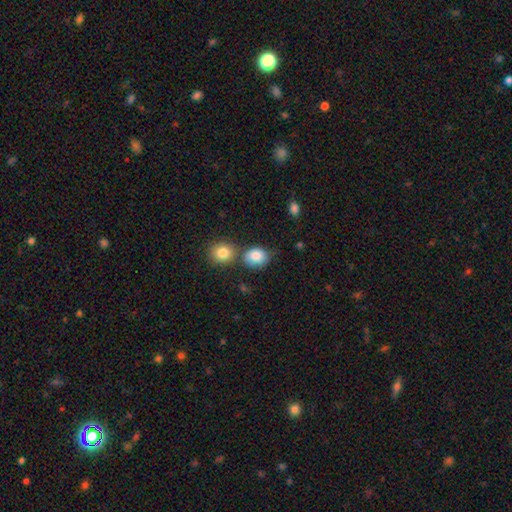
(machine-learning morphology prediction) This appears to be a smooth galaxy with no disk features (85%) that is round (55%). Merging: none (54%).